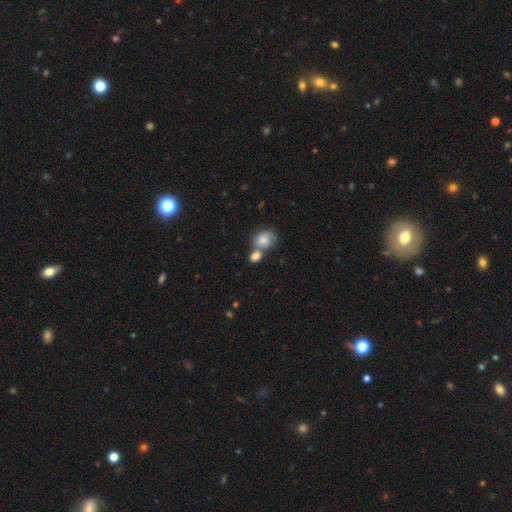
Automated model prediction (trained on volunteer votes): smooth_or_featured: smooth (p=0.81) [alt: featured or disk p=0.10]
how_rounded: in between (p=0.53) [alt: round p=0.45]
merging: merger (p=0.53) [alt: none p=0.33]